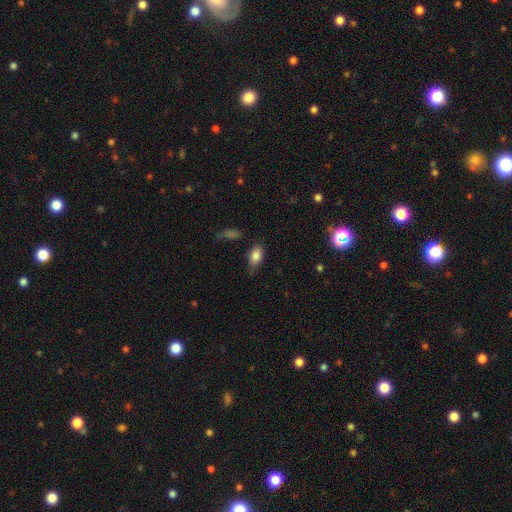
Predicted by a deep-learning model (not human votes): Smooth or featured? smooth (83%)
How rounded? in between (89%)
Merging? none (68%)